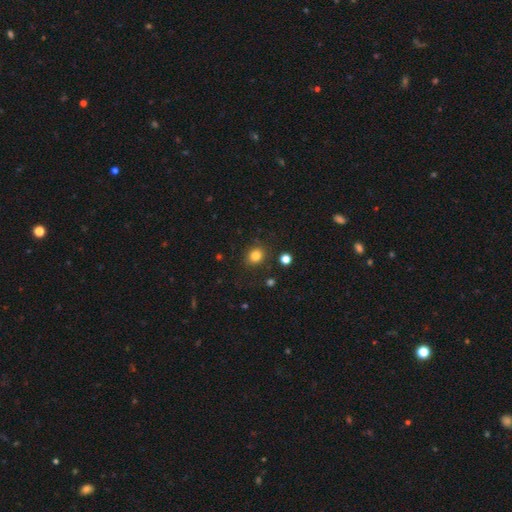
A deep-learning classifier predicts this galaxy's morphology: Q: Smooth or featured?
A: smooth (82%); runner-up: star or artifact (12%)
Q: How rounded?
A: round (72%); runner-up: in between (27%)
Q: Merging?
A: none (84%); runner-up: minor disturbance (10%)